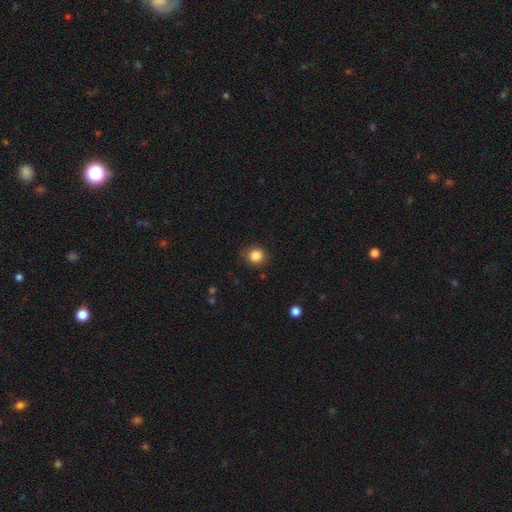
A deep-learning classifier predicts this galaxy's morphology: Overall: smooth (85%). How rounded: round (87%). Merging: none (82%).